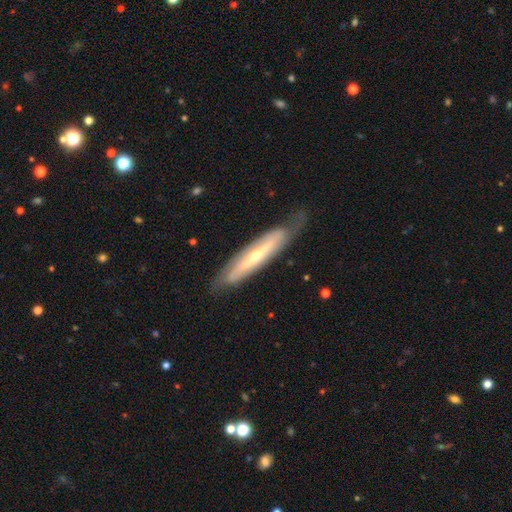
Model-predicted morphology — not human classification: Smooth or featured?
  - featured or disk: 72% *
  - smooth: 22%
  - star or artifact: 5%
Edge-on disk?
  - yes: 52% *
  - no: 48%
Merging?
  - none: 69% *
  - minor disturbance: 22%
  - major disturbance: 7%
  - merger: 1%